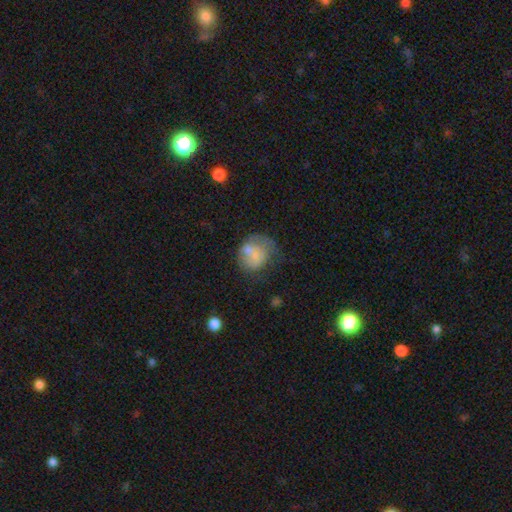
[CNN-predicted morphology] Smooth or featured? smooth (60%)
How rounded? round (71%)
Merging? none (35%)